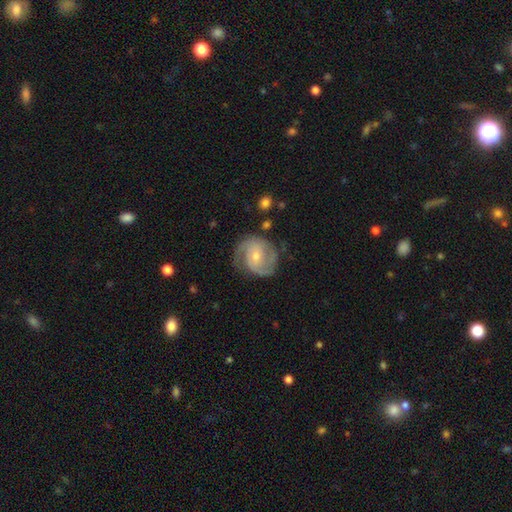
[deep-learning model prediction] featured or disk 84%, smooth 11%, star or artifact 6%. Down the decision tree: edge-on disk — no (98%); bar — no (49%); spiral arms — yes (96%); spiral arm count — 2 (76%); spiral winding — medium (46%); bulge size — small (58%); merging — none (74%).